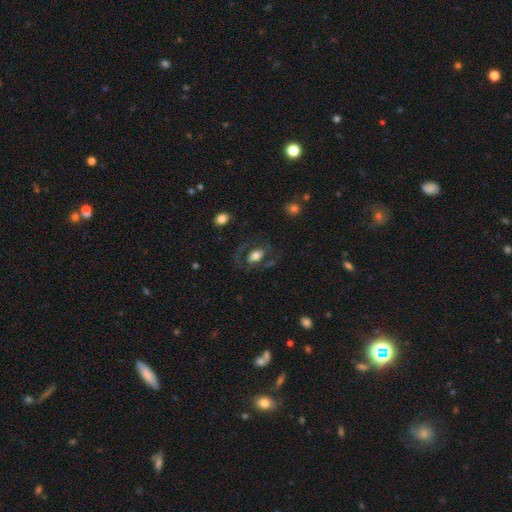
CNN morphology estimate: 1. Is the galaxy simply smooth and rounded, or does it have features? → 47% smooth, 45% featured or disk, 8% star or artifact.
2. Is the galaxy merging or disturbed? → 62% none, 20% major disturbance, 16% minor disturbance, 2% merger.